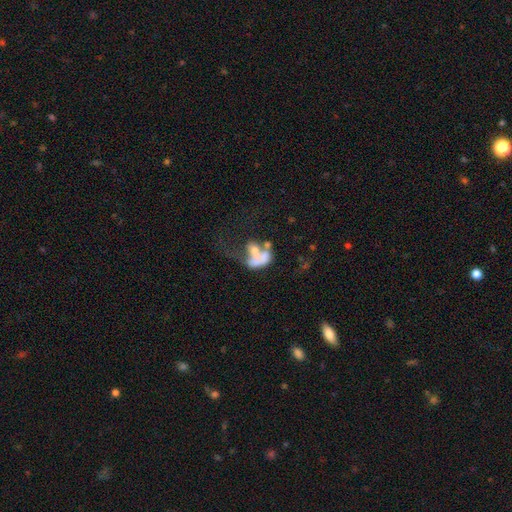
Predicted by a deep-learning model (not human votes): Q: Smooth or featured?
A: featured or disk (50%); runner-up: smooth (38%)
Q: Merging?
A: merger (47%); runner-up: major disturbance (34%)